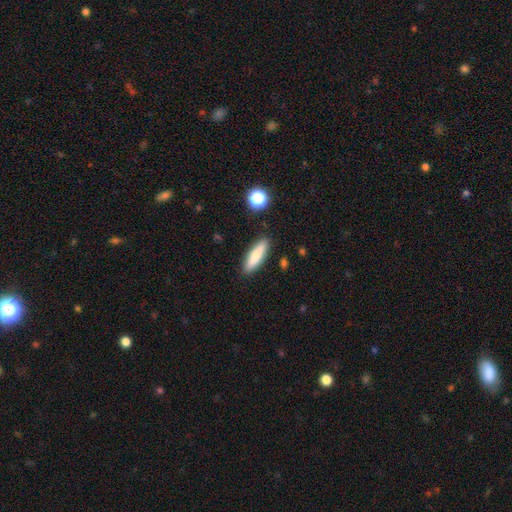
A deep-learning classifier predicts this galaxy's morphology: This appears to be a smooth galaxy with no disk features (78%) that is cigar-shaped (67%). Merging: none (88%).